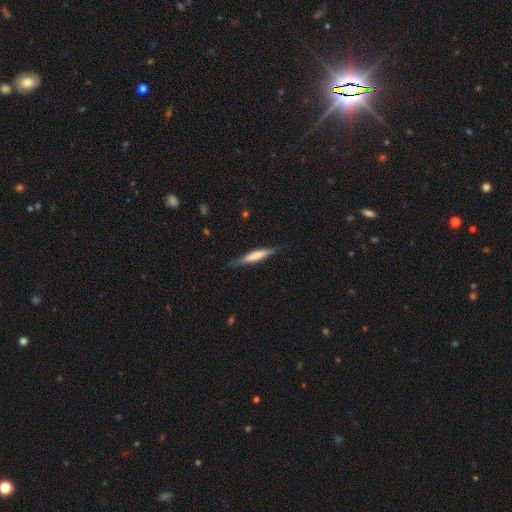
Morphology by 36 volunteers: Smooth or featured?
  - featured or disk: 58% *
  - smooth: 39%
  - star or artifact: 3%
Edge-on disk?
  - yes: 90% *
  - no: 10%
Edge-on bulge?
  - rounded: 58% *
  - boxy: 26%
  - none: 16%
Merging?
  - none: 77% *
  - minor disturbance: 20%
  - major disturbance: 3%
  - merger: 0%